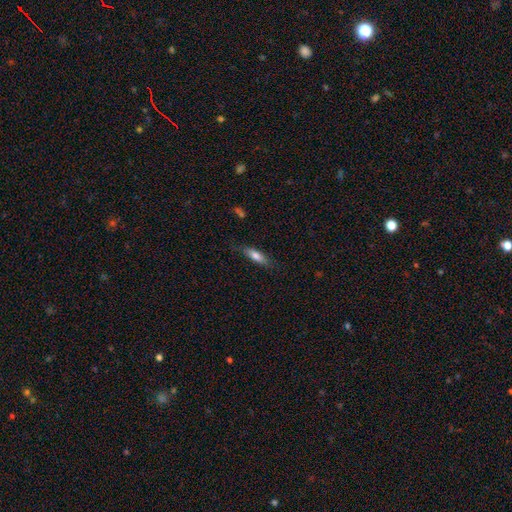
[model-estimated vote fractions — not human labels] Smooth or featured?
  - smooth: 74% *
  - featured or disk: 19%
  - star or artifact: 7%
How rounded?
  - cigar-shaped: 52% *
  - in between: 46%
  - round: 2%
Merging?
  - none: 77% *
  - minor disturbance: 17%
  - major disturbance: 4%
  - merger: 1%